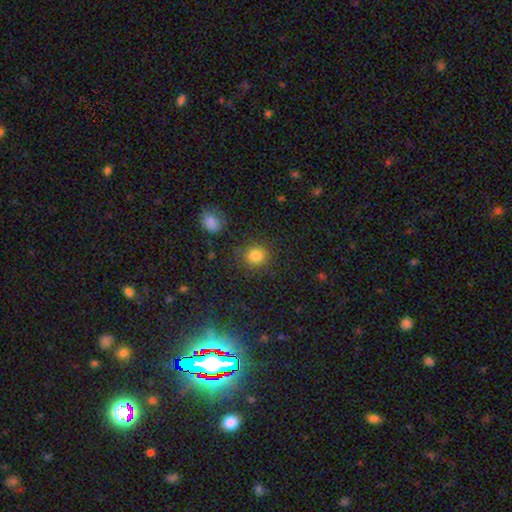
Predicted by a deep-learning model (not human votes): Smooth or featured: smooth — 83% (star or artifact — 12%)
How rounded: round — 85% (in between — 14%)
Merging: none — 84% (minor disturbance — 9%)